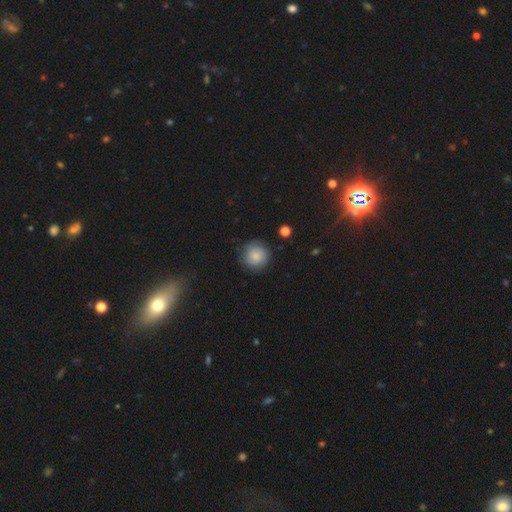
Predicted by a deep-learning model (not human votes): Smooth or featured? smooth (80%)
How rounded? round (94%)
Merging? none (84%)